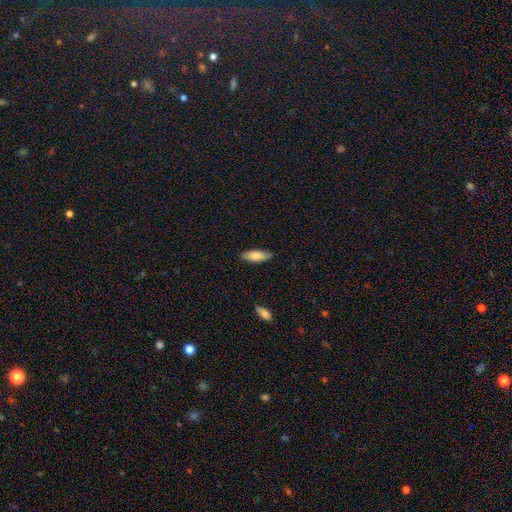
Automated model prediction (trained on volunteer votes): smooth-or-featured: smooth: 65% | featured or disk: 27% | star or artifact: 8%
  how-rounded: in between: 63% | cigar-shaped: 34% | round: 3%
  merging: none: 77% | minor disturbance: 18% | major disturbance: 3% | merger: 2%